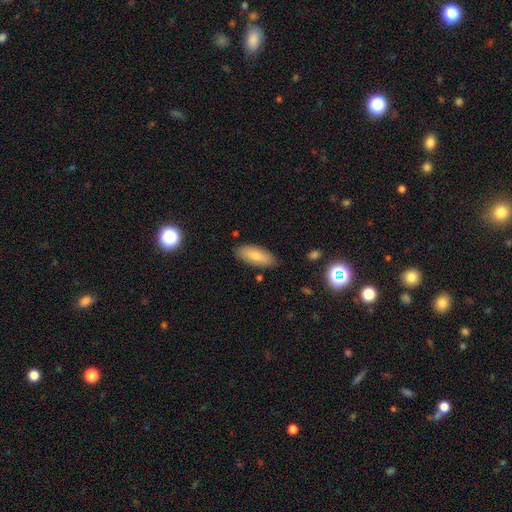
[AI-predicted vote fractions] Smooth or featured: smooth — 75% (featured or disk — 18%)
How rounded: in between — 81% (cigar-shaped — 17%)
Merging: none — 85% (minor disturbance — 11%)